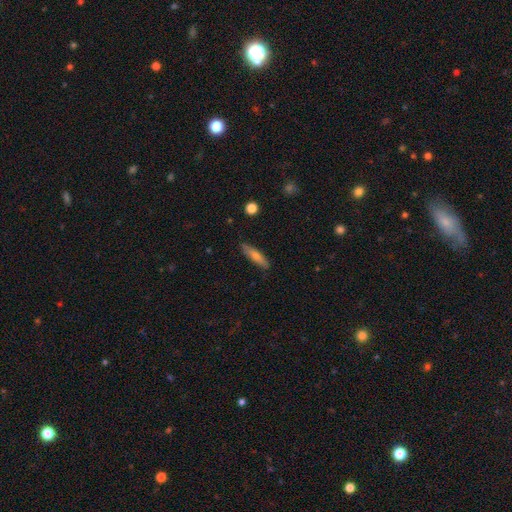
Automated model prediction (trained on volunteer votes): Overall: smooth (64%; featured or disk 29%). How rounded: cigar-shaped (81%). Merging: none (86%).